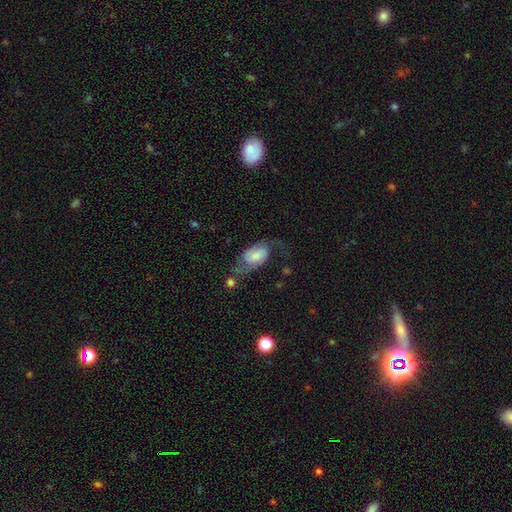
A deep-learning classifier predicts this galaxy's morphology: This appears to be a featured or disk galaxy (59%) with no bar (51%), 2 (86%) loose (50%) spiral arms (89%) and a moderate central bulge (34%). Merging: none (43%).